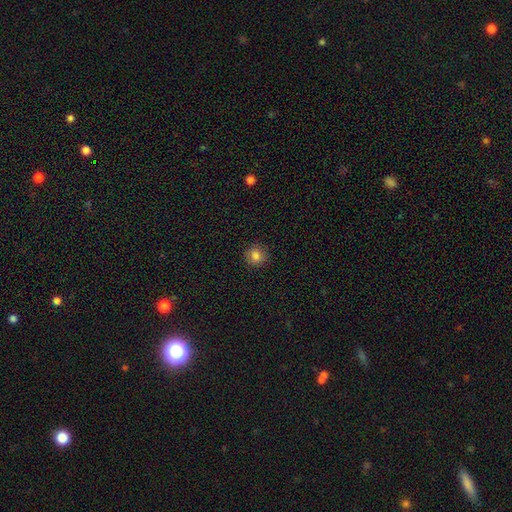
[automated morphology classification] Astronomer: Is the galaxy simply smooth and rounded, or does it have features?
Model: smooth — 82%.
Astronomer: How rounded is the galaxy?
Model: round — 93%.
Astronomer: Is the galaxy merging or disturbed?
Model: none — 91%.